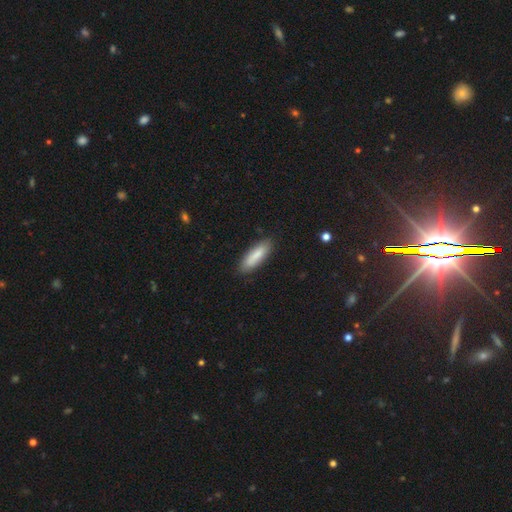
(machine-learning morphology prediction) A smooth galaxy with no disk features (82%) that is cigar-shaped (52%). Merging: none (85%).